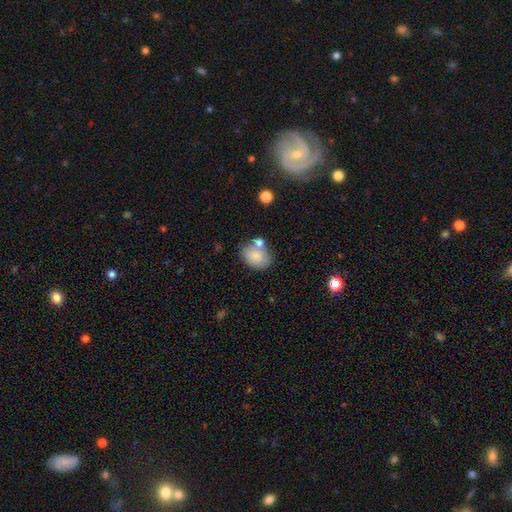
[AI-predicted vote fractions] A smooth galaxy with no disk features (82%) that is in between round and cigar-shaped (64%).

Vote fractions:
- Smooth or featured? smooth: 82% / featured or disk: 10% / star or artifact: 8%
- How rounded? in between: 64% / round: 35% / cigar-shaped: 1%
- Merging? none: 60% / merger: 18% / minor disturbance: 17% / major disturbance: 5%